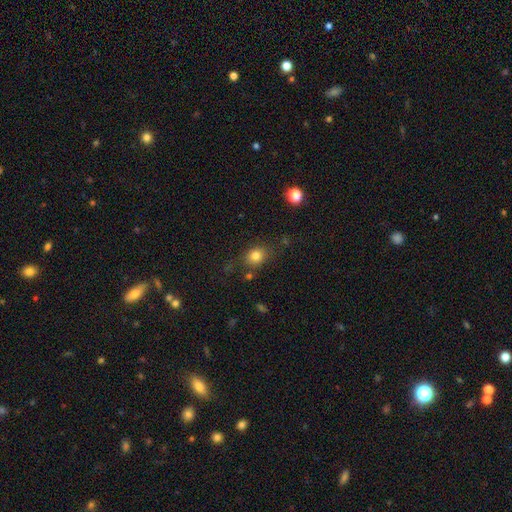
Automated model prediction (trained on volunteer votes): Q: Smooth or featured?
A: smooth (80%); runner-up: star or artifact (12%)
Q: How rounded?
A: round (59%); runner-up: in between (40%)
Q: Merging?
A: none (74%); runner-up: minor disturbance (16%)